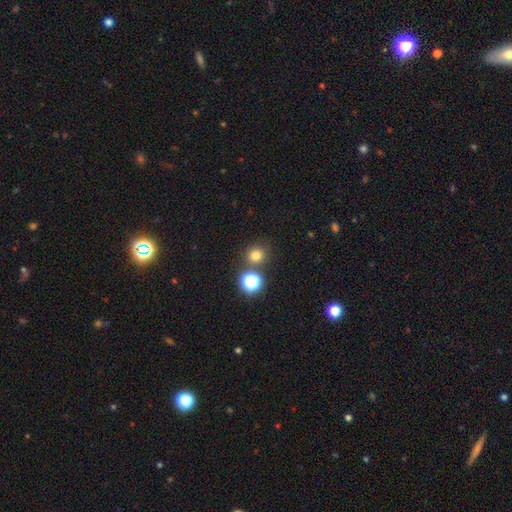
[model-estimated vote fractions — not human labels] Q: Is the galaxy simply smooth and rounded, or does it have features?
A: smooth — 75%.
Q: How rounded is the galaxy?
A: round — 88%.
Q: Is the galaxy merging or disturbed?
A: none — 77%.